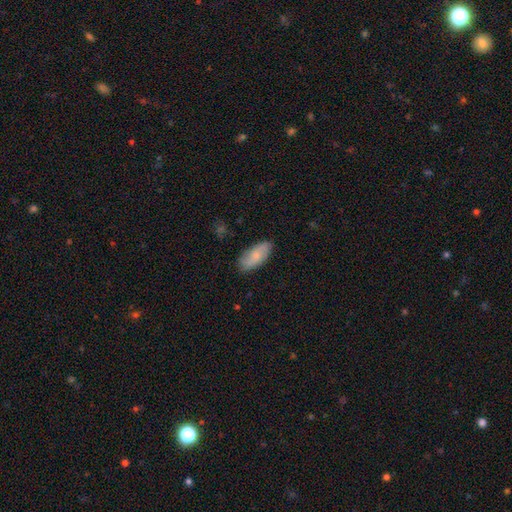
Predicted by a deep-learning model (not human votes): Smooth or featured?
  - smooth: 69% *
  - featured or disk: 24%
  - star or artifact: 6%
How rounded?
  - in between: 87% *
  - cigar-shaped: 11%
  - round: 2%
Merging?
  - none: 82% *
  - minor disturbance: 14%
  - major disturbance: 3%
  - merger: 1%